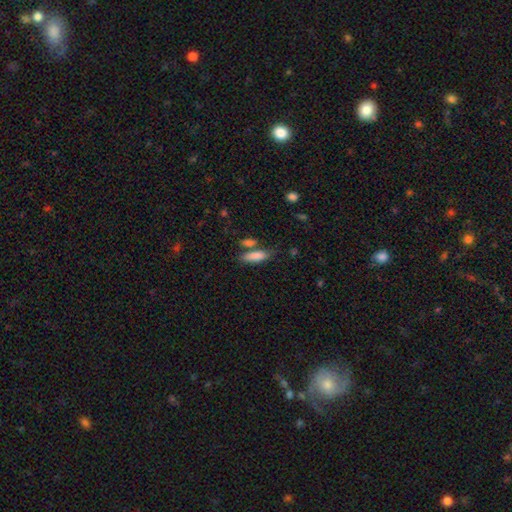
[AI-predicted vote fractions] smooth-or-featured: smooth: 85% | featured or disk: 9% | star or artifact: 7%
  how-rounded: in between: 54% | cigar-shaped: 43% | round: 2%
  merging: none: 61% | merger: 20% | minor disturbance: 14% | major disturbance: 4%